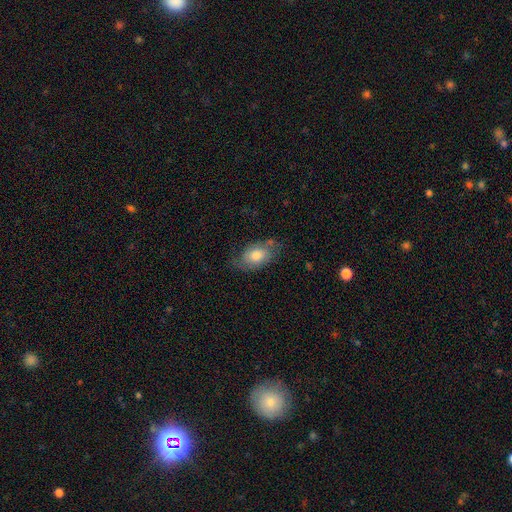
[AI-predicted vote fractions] Overall: featured or disk (49%; smooth 42%). Merging: none (69%).